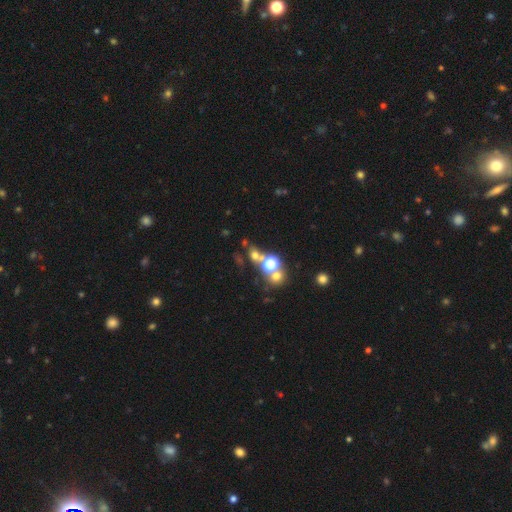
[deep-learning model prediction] A smooth galaxy with no disk features (48%).

Vote fractions:
- Smooth or featured? smooth: 48% / star or artifact: 38% / featured or disk: 14%
- Merging? none: 54% / merger: 29% / minor disturbance: 10% / major disturbance: 7%